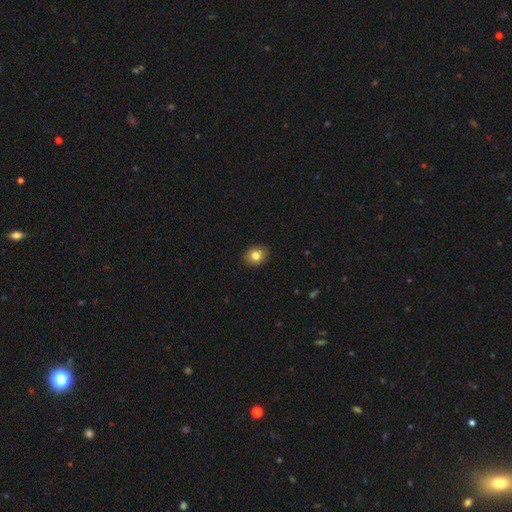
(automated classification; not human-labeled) A smooth galaxy with no disk features (81%) that is round (59%).

Vote fractions:
- Smooth or featured? smooth: 81% / star or artifact: 10% / featured or disk: 9%
- How rounded? round: 59% / in between: 40% / cigar-shaped: 1%
- Merging? none: 90% / minor disturbance: 7% / major disturbance: 2% / merger: 1%